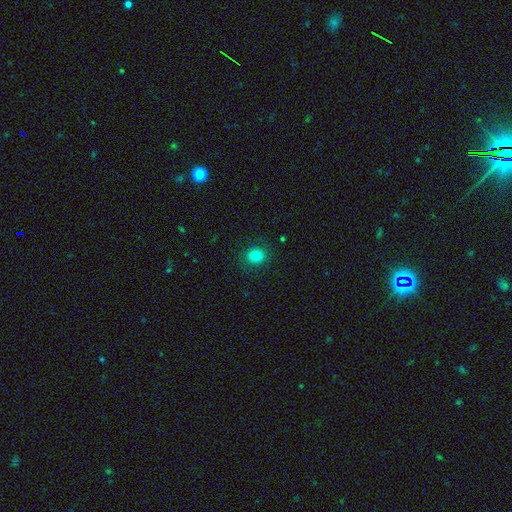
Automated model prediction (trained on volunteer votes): A smooth galaxy with no disk features (81%) that is round (82%).

Vote fractions:
- Smooth or featured? smooth: 81% / star or artifact: 12% / featured or disk: 6%
- How rounded? round: 82% / in between: 17% / cigar-shaped: 1%
- Merging? none: 89% / minor disturbance: 8% / major disturbance: 2% / merger: 1%